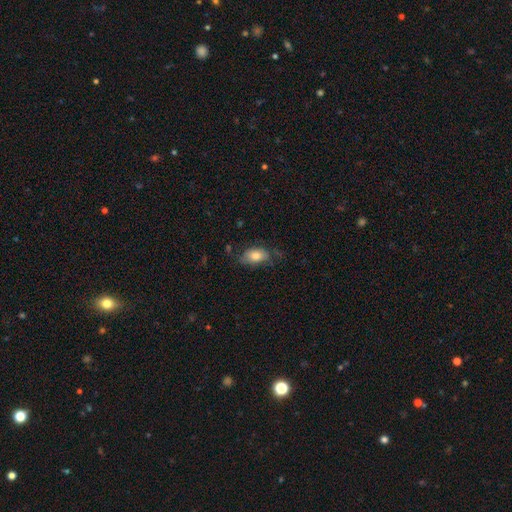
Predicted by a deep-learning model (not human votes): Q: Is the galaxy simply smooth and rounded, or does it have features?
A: smooth — 74%.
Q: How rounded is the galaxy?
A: in between — 90%.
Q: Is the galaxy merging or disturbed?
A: none — 59%.